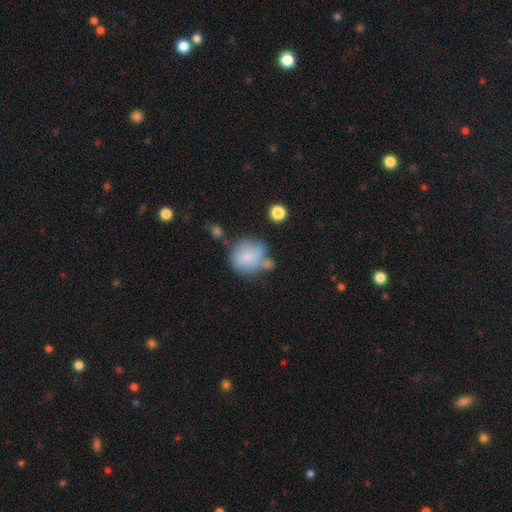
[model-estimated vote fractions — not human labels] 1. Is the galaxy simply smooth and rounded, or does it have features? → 72% smooth, 20% featured or disk, 8% star or artifact.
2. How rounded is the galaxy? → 79% round, 20% in between, 1% cigar-shaped.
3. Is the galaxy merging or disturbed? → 42% none, 25% minor disturbance, 20% merger, 13% major disturbance.